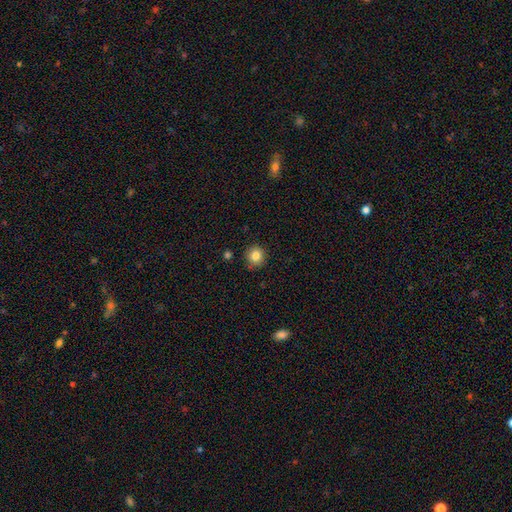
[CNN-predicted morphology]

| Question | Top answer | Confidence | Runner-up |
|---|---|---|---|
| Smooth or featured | smooth | 84% | star or artifact (10%) |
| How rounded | round | 92% | in between (7%) |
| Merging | none | 89% | minor disturbance (8%) |